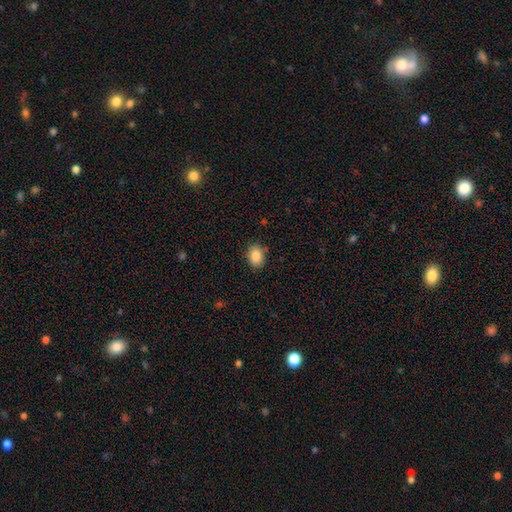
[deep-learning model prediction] Overall: smooth (87%). How rounded: in between (72%). Merging: none (85%).